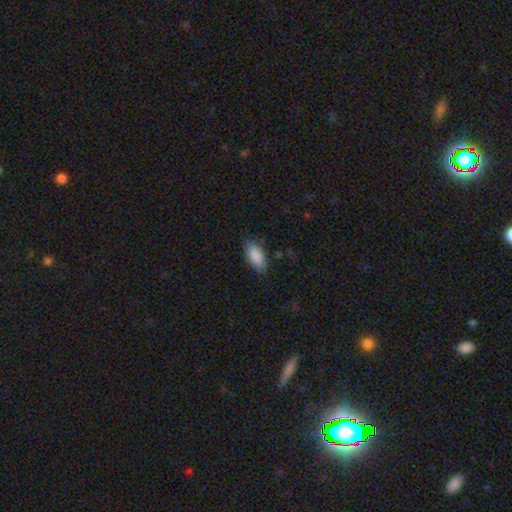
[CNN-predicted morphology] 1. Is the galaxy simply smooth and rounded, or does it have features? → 88% smooth, 6% star or artifact, 6% featured or disk.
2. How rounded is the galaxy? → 91% in between, 7% cigar-shaped, 2% round.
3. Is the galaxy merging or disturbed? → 81% none, 15% minor disturbance, 3% major disturbance, 1% merger.